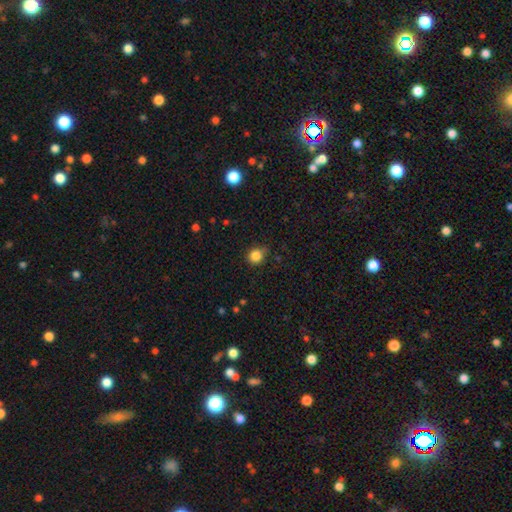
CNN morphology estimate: A smooth galaxy with no disk features (84%) that is round (84%).

Vote fractions:
- Smooth or featured? smooth: 84% / star or artifact: 12% / featured or disk: 4%
- How rounded? round: 84% / in between: 15% / cigar-shaped: 1%
- Merging? none: 77% / minor disturbance: 17% / major disturbance: 3% / merger: 2%